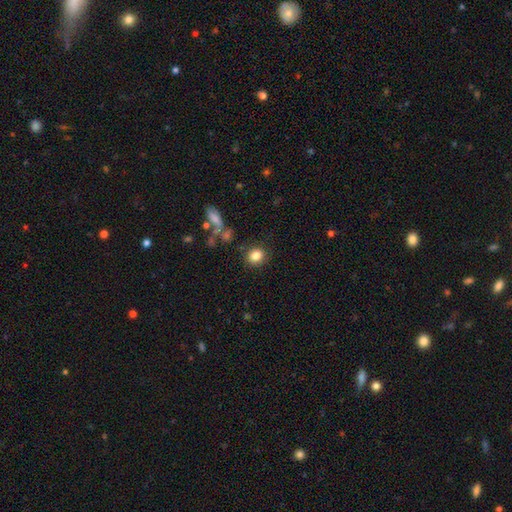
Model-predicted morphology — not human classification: A smooth galaxy with no disk features (84%) that is round (72%).

Vote fractions:
- Smooth or featured? smooth: 84% / star or artifact: 10% / featured or disk: 6%
- How rounded? round: 72% / in between: 27% / cigar-shaped: 1%
- Merging? none: 84% / minor disturbance: 9% / merger: 4% / major disturbance: 4%